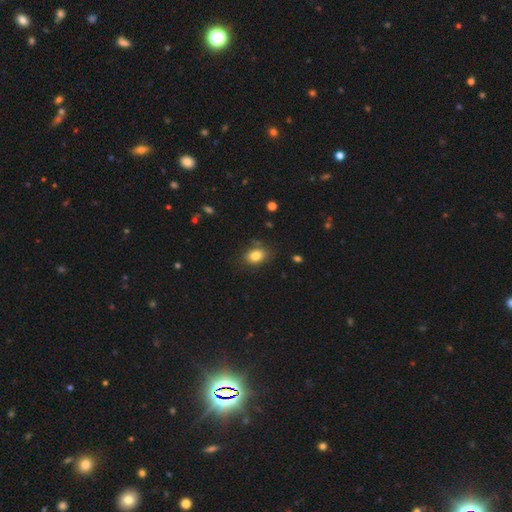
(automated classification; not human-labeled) Smooth or featured?
  - smooth: 83% *
  - star or artifact: 9%
  - featured or disk: 7%
How rounded?
  - in between: 74% *
  - round: 25%
  - cigar-shaped: 1%
Merging?
  - none: 79% *
  - minor disturbance: 15%
  - major disturbance: 4%
  - merger: 3%